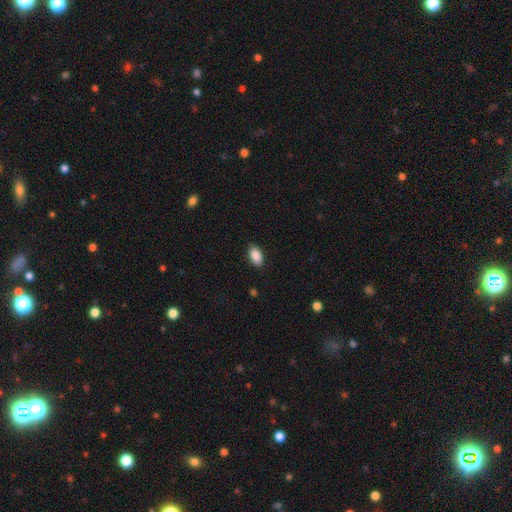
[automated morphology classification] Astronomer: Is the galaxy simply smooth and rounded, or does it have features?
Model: smooth — 89%.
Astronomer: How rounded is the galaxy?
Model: in between — 93%.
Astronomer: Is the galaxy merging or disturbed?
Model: none — 85%.